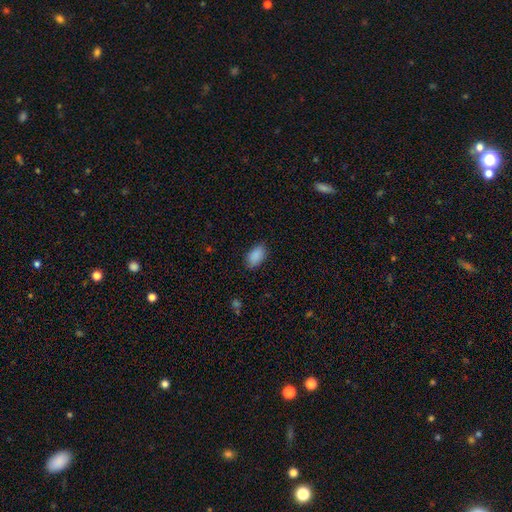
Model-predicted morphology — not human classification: A smooth galaxy with no disk features (90%) that is in between round and cigar-shaped (93%). Merging: none (85%).